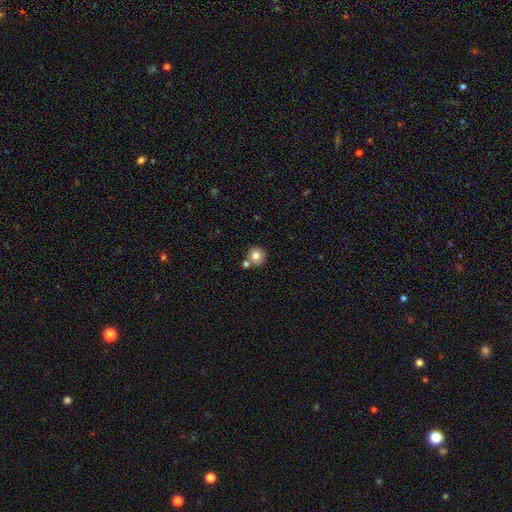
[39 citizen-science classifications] This is clearly a smooth galaxy (90%). How rounded: clearly round (91%). Merging: likely none (73%).